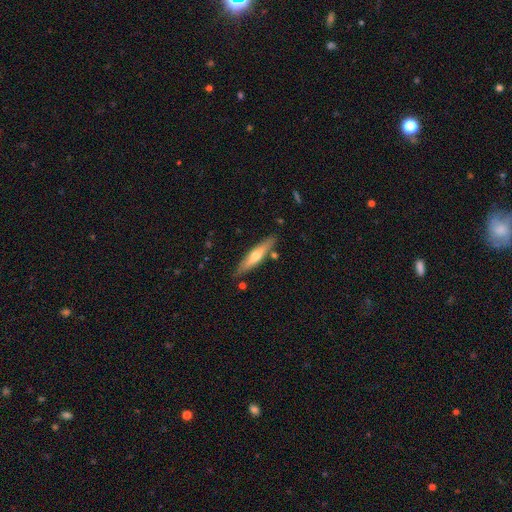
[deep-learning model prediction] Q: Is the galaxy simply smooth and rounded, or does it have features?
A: featured or disk — 48%.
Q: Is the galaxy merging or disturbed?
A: none — 82%.